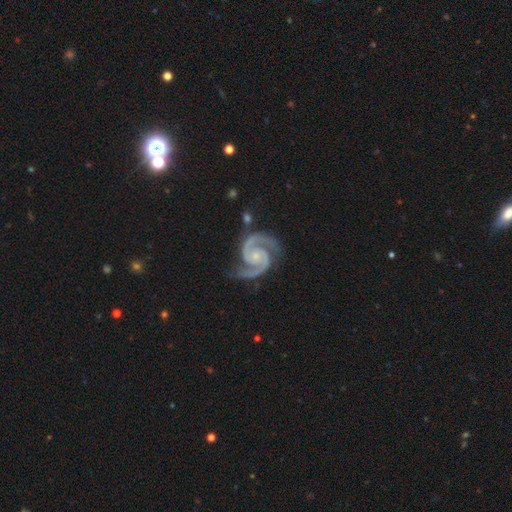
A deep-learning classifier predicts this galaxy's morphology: This appears to be a featured or disk galaxy (95%) with no bar (67%), 2 (94%) medium (53%) spiral arms (99%) and a small central bulge (69%). Merging: none (78%).